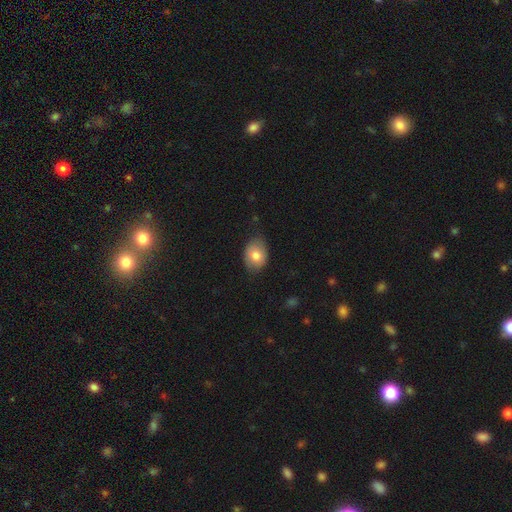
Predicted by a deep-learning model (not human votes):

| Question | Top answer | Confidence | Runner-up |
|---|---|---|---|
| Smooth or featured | smooth | 79% | featured or disk (14%) |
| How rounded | in between | 74% | round (25%) |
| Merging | none | 71% | minor disturbance (23%) |